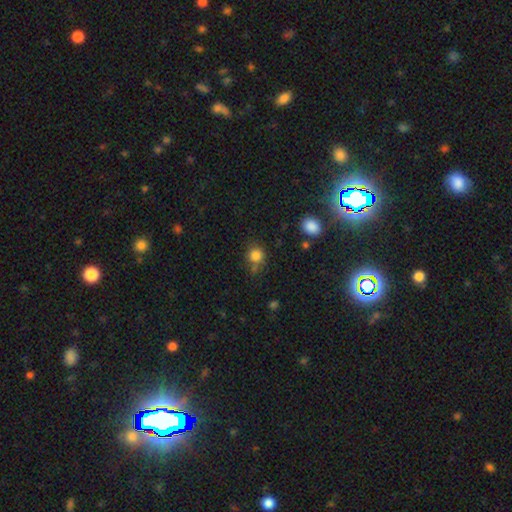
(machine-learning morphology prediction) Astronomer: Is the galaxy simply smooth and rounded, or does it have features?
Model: smooth — 82%.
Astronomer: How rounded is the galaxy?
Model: round — 86%.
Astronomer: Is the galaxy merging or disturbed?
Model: none — 67%.